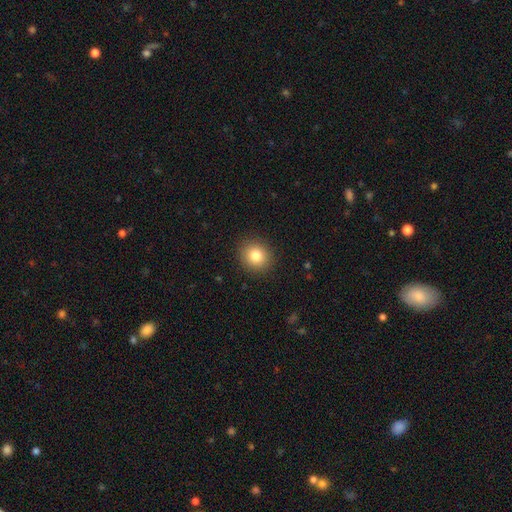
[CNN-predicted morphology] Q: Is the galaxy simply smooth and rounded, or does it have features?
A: smooth — 82%.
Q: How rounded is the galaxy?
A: round — 81%.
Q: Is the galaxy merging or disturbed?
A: none — 90%.